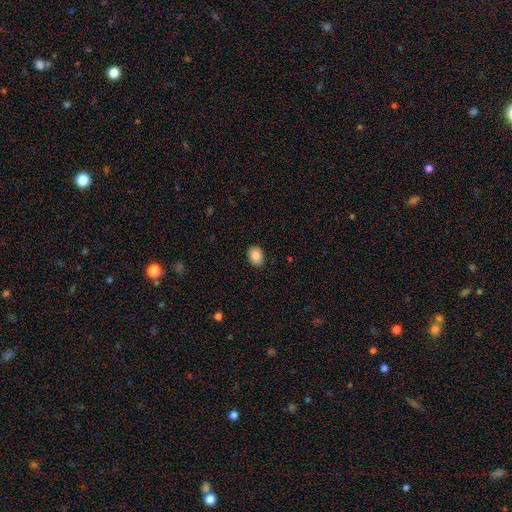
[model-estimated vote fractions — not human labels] This is clearly a smooth galaxy (88%). How rounded: likely in between (74%). Merging: clearly none (89%).